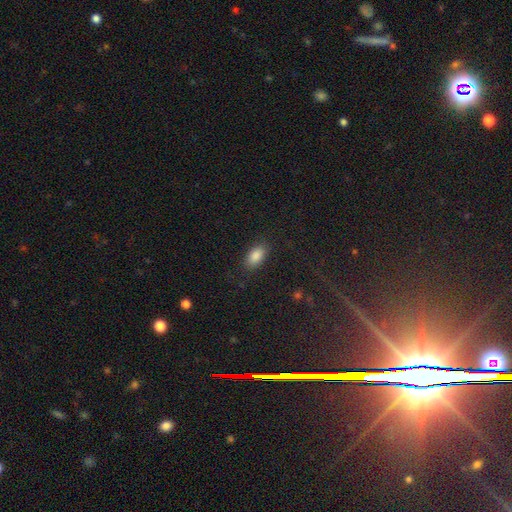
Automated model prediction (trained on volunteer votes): Smooth or featured: smooth — 87% (star or artifact — 8%)
How rounded: in between — 92% (cigar-shaped — 4%)
Merging: none — 85% (minor disturbance — 10%)